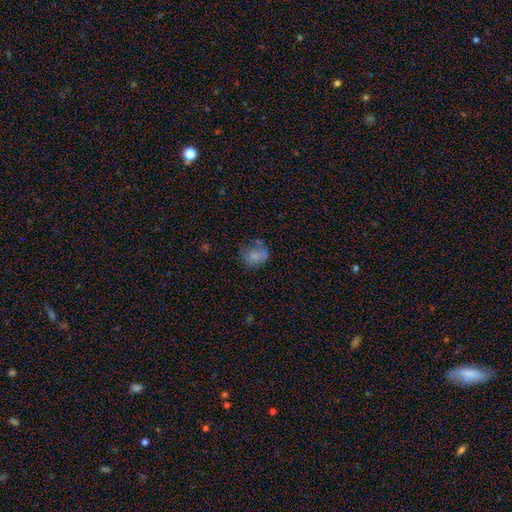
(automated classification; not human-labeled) A smooth galaxy with no disk features (71%) that is round (52%). Merging: none (48%).